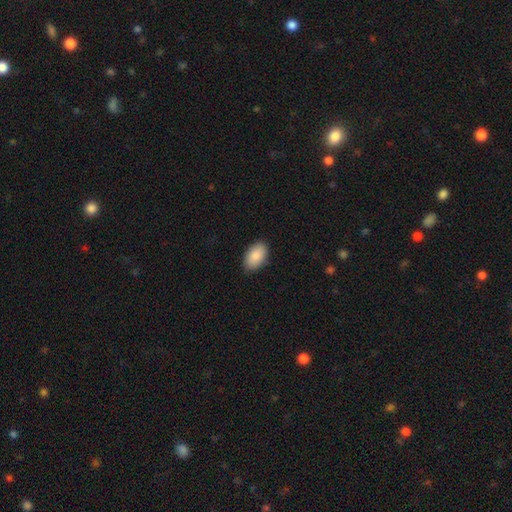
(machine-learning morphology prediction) type=smooth (88%); roundness=in between (94%); merging=none (87%).